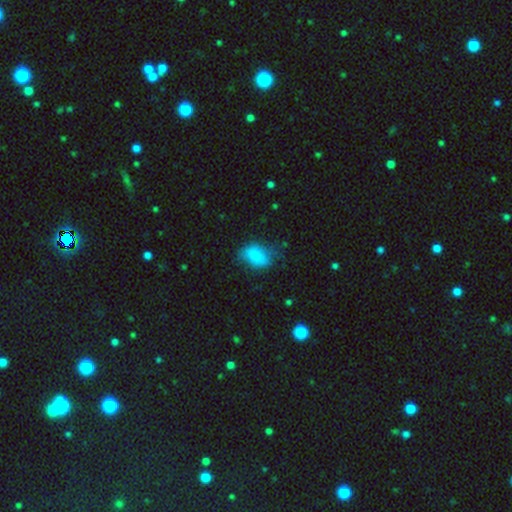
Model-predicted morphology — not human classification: A smooth galaxy with no disk features (75%) that is in between round and cigar-shaped (85%).

Vote fractions:
- Smooth or featured? smooth: 75% / featured or disk: 17% / star or artifact: 8%
- How rounded? in between: 85% / round: 12% / cigar-shaped: 3%
- Merging? none: 53% / minor disturbance: 32% / major disturbance: 13% / merger: 2%